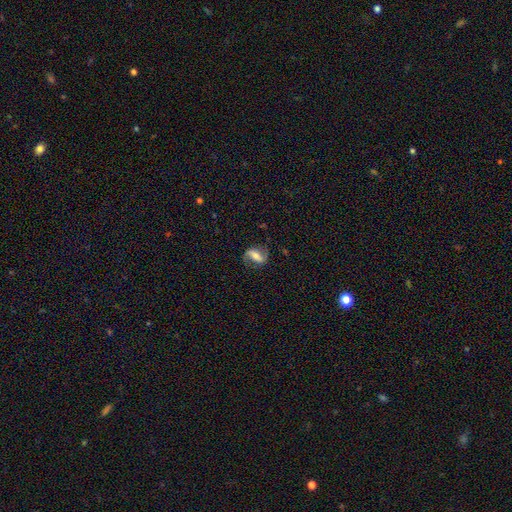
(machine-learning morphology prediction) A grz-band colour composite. It shows a featured or disk galaxy (74%) with a strong bar (46%), 2 (90%) loose (57%) spiral arms (91%) and a moderate central bulge (52%). Merging: none (76%).